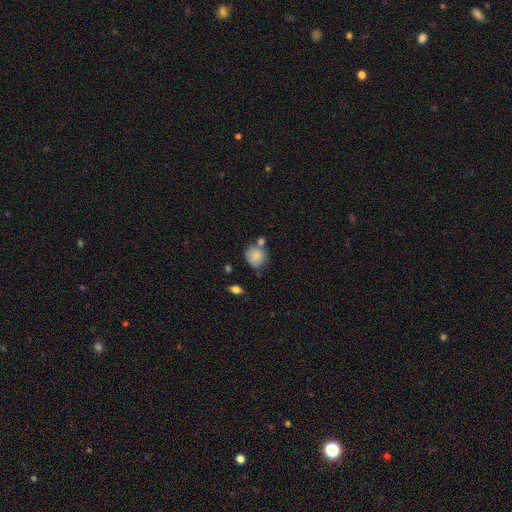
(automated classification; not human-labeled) Smooth or featured?
  - smooth: 84% *
  - star or artifact: 8%
  - featured or disk: 8%
How rounded?
  - round: 79% *
  - in between: 20%
  - cigar-shaped: 1%
Merging?
  - none: 55% *
  - merger: 21%
  - minor disturbance: 18%
  - major disturbance: 6%